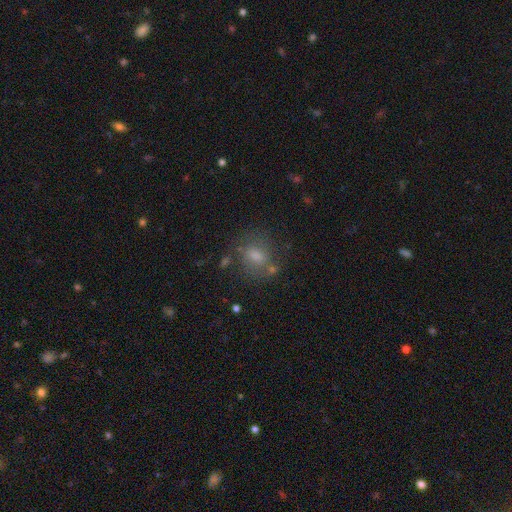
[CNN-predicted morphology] Smooth or featured: smooth — 59% (featured or disk — 21%)
How rounded: round — 52% (in between — 46%)
Merging: none — 67% (minor disturbance — 17%)